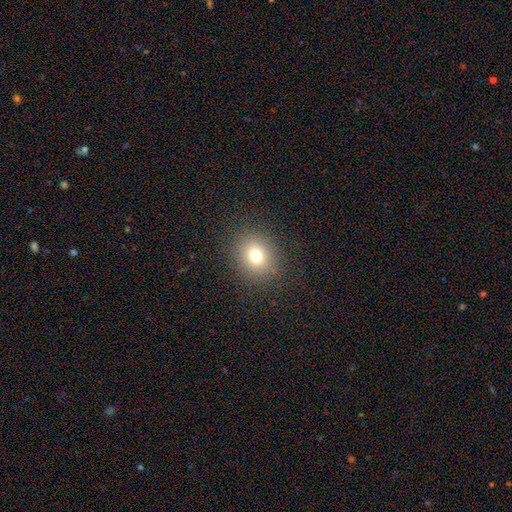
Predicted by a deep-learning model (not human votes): Smooth or featured? smooth (75%)
How rounded? round (75%)
Merging? none (88%)